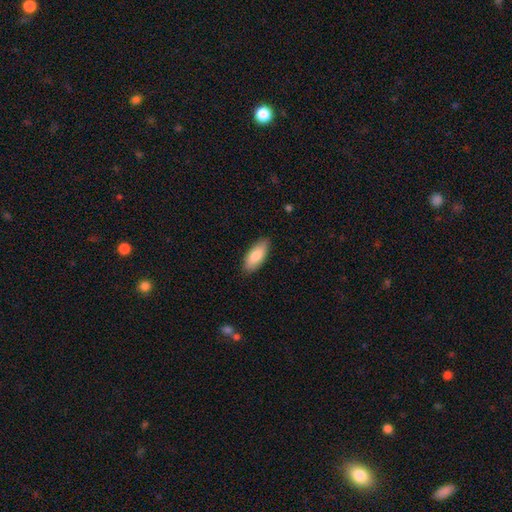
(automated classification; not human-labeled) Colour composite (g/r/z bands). It shows a smooth galaxy with no disk features (82%) that is in between round and cigar-shaped (84%). Merging: none (88%).